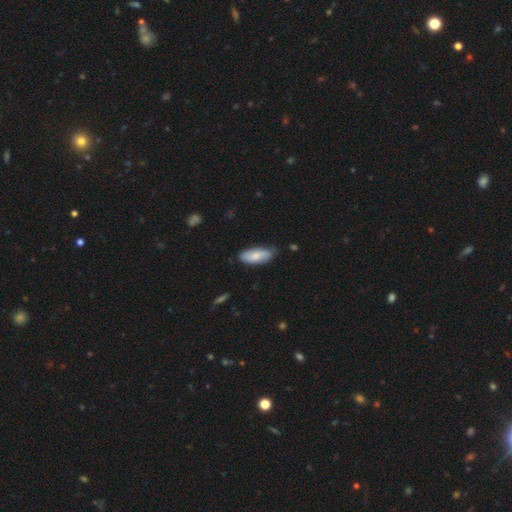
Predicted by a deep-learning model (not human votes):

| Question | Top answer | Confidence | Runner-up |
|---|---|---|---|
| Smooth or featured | smooth | 74% | featured or disk (21%) |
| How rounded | in between | 80% | cigar-shaped (18%) |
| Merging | none | 77% | minor disturbance (19%) |